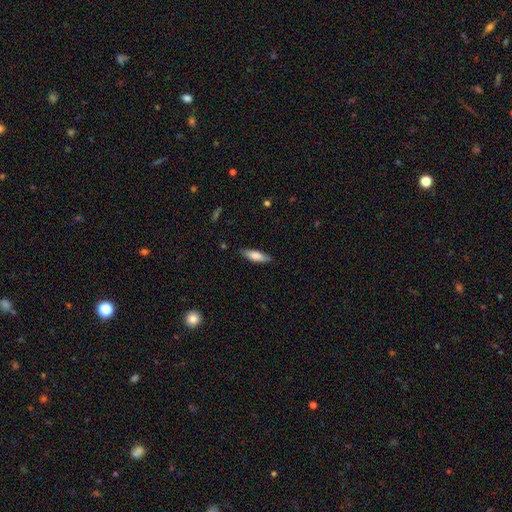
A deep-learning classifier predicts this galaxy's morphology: smooth 76%, featured or disk 18%, star or artifact 6%. Down the decision tree: how rounded — cigar-shaped (52%); merging — none (83%).